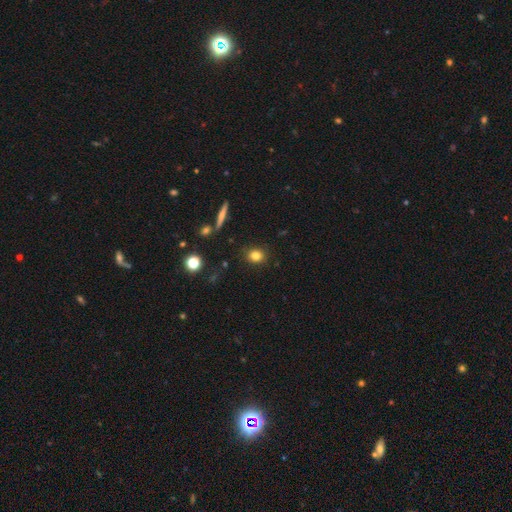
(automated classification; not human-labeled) A smooth galaxy with no disk features (82%) that is round (69%). Merging: none (88%).